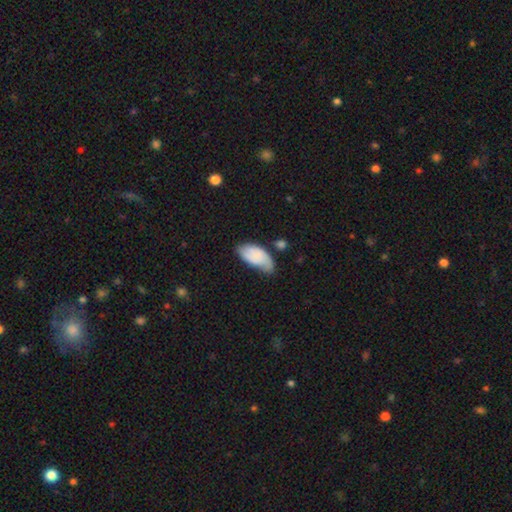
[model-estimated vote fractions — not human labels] Overall: smooth (72%). How rounded: in between (94%). Merging: none (42%; minor disturbance 40%).